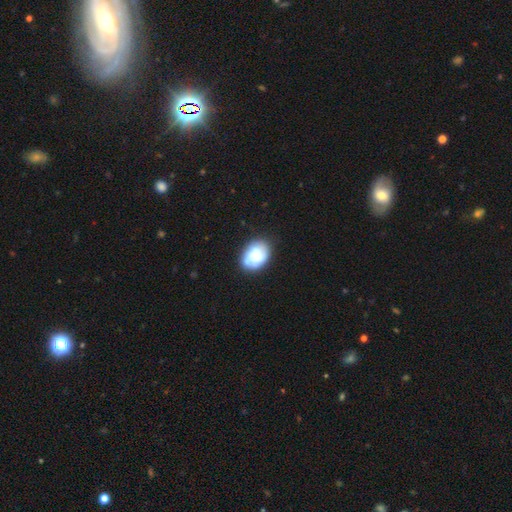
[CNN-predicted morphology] The model was most divided on "smooth or featured": smooth: 58%, featured or disk: 34%, star or artifact: 7%. More confident: merging — none (69%); how rounded — in between (68%).